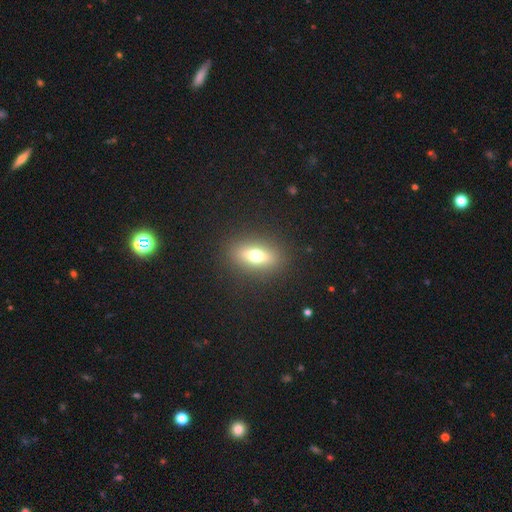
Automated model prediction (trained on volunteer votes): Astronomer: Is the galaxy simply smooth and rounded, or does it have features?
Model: smooth — 62%.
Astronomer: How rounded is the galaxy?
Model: in between — 69%.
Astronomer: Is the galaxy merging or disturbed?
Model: none — 89%.